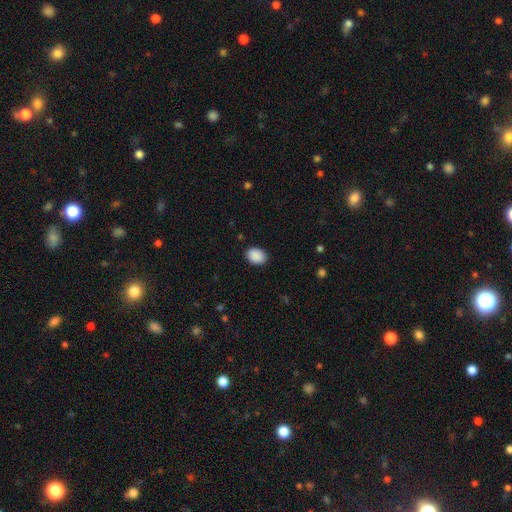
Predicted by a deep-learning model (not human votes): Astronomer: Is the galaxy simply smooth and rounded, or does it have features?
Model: smooth — 91%.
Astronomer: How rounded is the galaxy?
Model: in between — 74%.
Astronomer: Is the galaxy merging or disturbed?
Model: none — 88%.